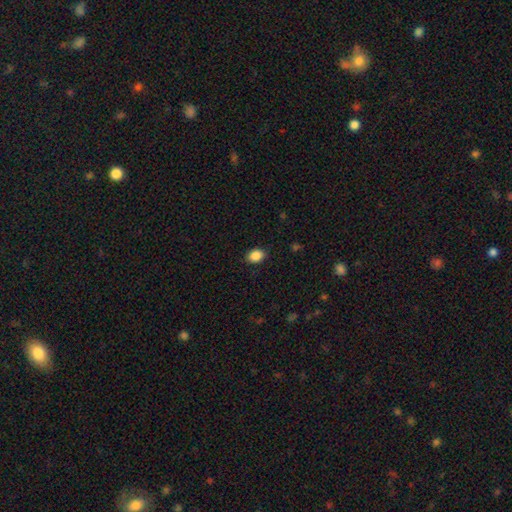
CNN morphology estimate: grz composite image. It shows a smooth galaxy with no disk features (88%) that is in between round and cigar-shaped (65%). Merging: none (88%).